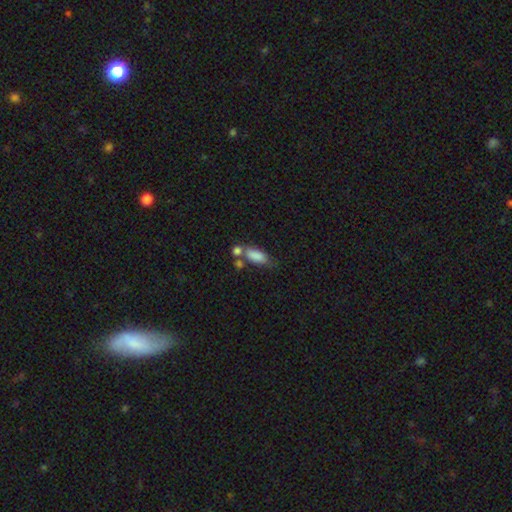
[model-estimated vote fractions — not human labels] This is clearly a smooth galaxy (82%). How rounded: clearly in between (81%). Merging: marginally none (40%).